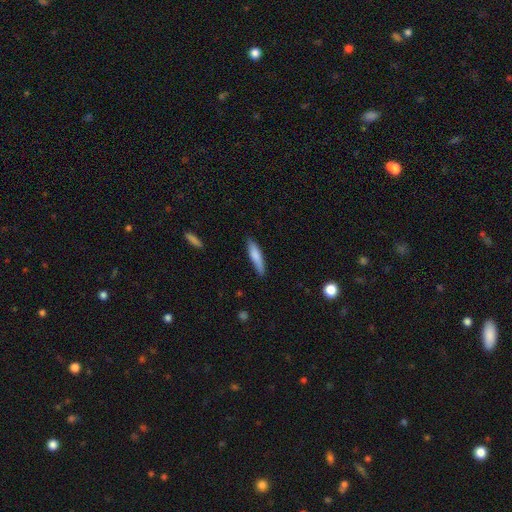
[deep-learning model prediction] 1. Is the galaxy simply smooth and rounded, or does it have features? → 77% smooth, 17% featured or disk, 6% star or artifact.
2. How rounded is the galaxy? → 81% cigar-shaped, 17% in between, 1% round.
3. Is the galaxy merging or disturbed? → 81% none, 15% minor disturbance, 2% major disturbance, 1% merger.